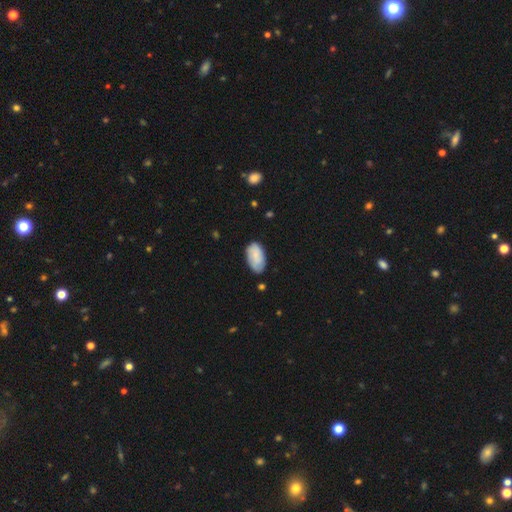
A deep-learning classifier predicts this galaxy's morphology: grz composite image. It shows a smooth galaxy with no disk features (78%) that is in between round and cigar-shaped (95%). Merging: none (73%).